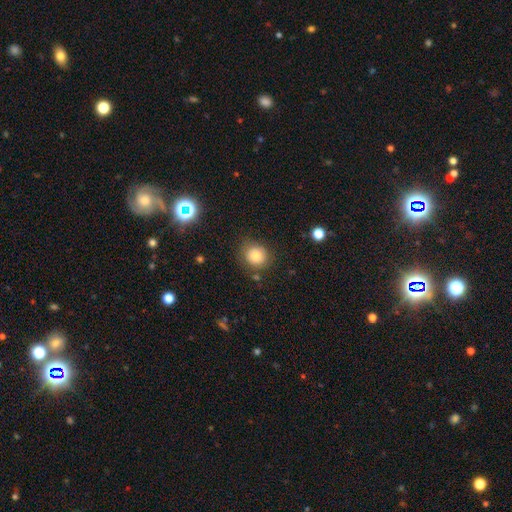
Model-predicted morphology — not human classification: A smooth galaxy with no disk features (82%) that is round (84%).

Vote fractions:
- Smooth or featured? smooth: 82% / star or artifact: 10% / featured or disk: 8%
- How rounded? round: 84% / in between: 15% / cigar-shaped: 1%
- Merging? none: 79% / minor disturbance: 14% / major disturbance: 4% / merger: 3%